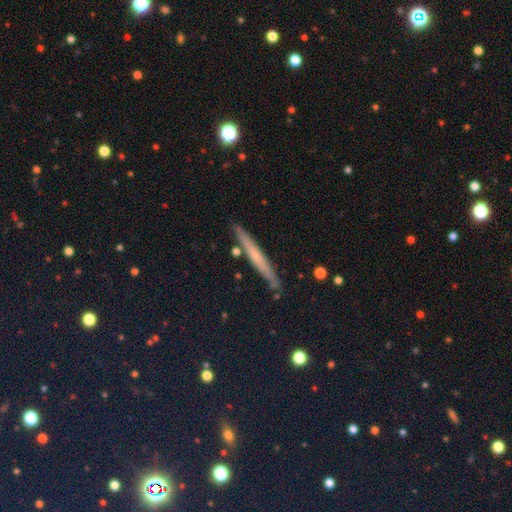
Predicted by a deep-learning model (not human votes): featured or disk 47%, smooth 44%, star or artifact 10%. Down the decision tree: merging — none (87%).